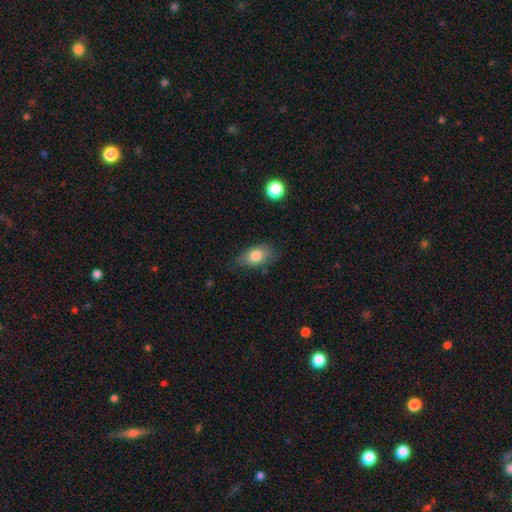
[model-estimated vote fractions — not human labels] The model was most divided on "merging": none: 71%, minor disturbance: 22%, major disturbance: 5%, merger: 1%. More confident: how rounded — in between (88%); smooth or featured — smooth (79%).